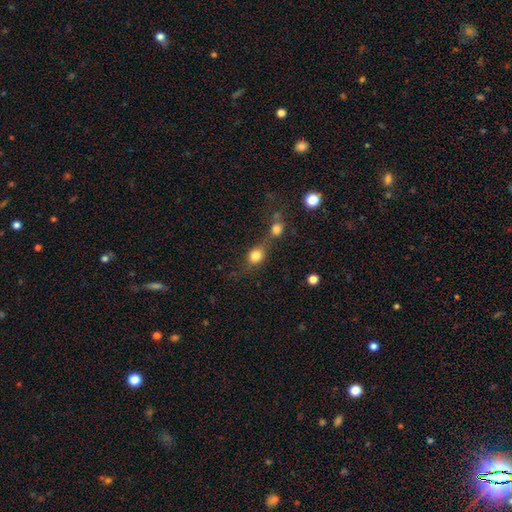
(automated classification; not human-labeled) The model was most divided on "merging": merger: 48%, none: 35%, minor disturbance: 9%, major disturbance: 8%. More confident: smooth or featured — smooth (77%); how rounded — round (70%).